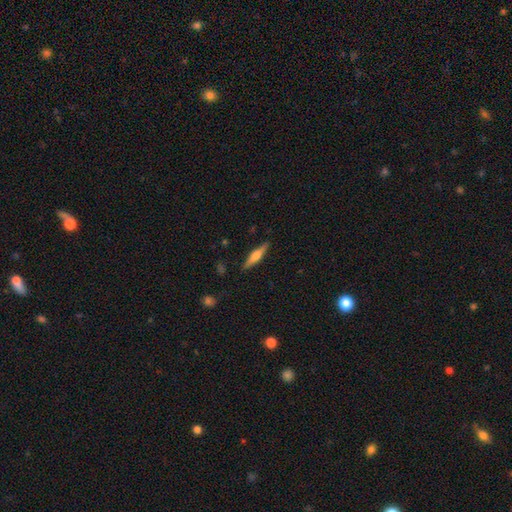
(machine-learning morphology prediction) smooth_or_featured: featured or disk (p=0.53) [alt: smooth p=0.41]
disk_edge_on: yes (p=0.97) [alt: no p=0.03]
edge_on_bulge: rounded (p=0.81) [alt: boxy p=0.13]
merging: none (p=0.89) [alt: minor disturbance p=0.08]